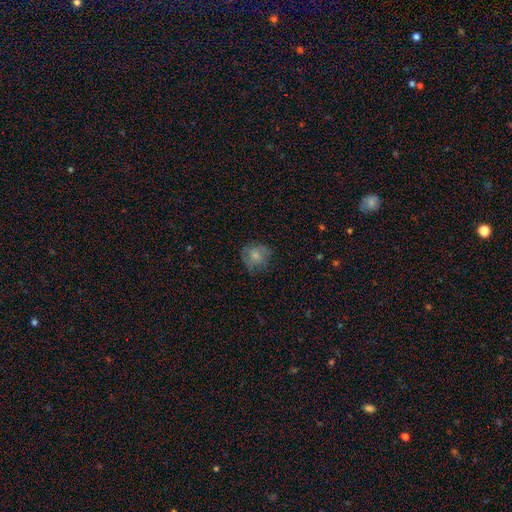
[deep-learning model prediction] Morphology: type=smooth (70%); roundness=round (80%); merging=none (65%).